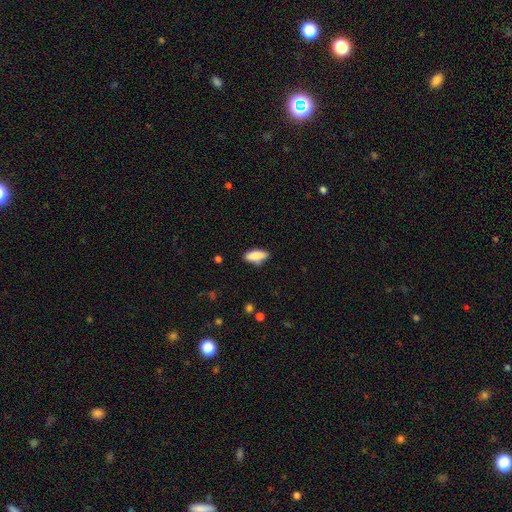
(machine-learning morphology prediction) type=smooth (82%); roundness=in between (74%); merging=none (80%).